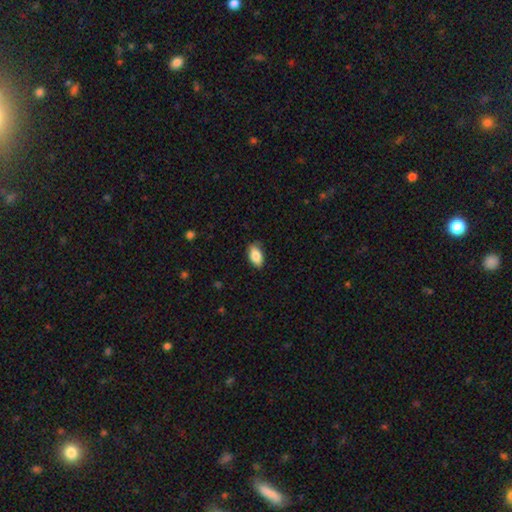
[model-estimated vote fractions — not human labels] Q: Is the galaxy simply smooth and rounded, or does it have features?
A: smooth — 85%.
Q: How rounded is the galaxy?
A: in between — 92%.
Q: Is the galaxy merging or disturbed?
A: none — 79%.